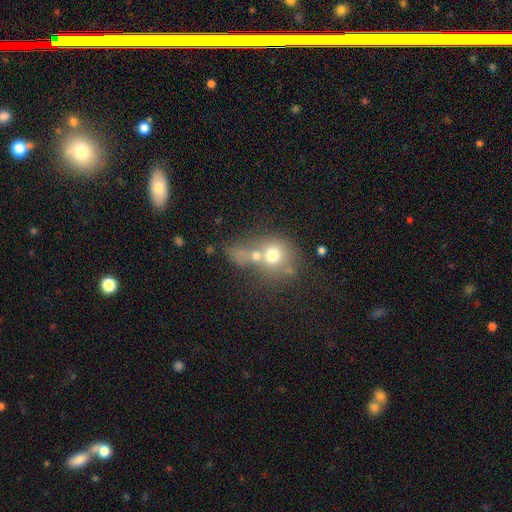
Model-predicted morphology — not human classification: type=smooth (63%); roundness=round (71%); merging=merger (58%).